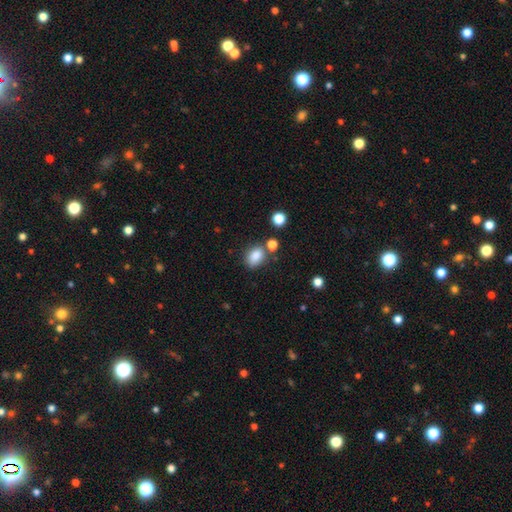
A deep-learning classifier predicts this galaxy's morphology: Q: Smooth or featured?
A: smooth (85%); runner-up: star or artifact (10%)
Q: How rounded?
A: in between (75%); runner-up: round (23%)
Q: Merging?
A: none (66%); runner-up: minor disturbance (16%)